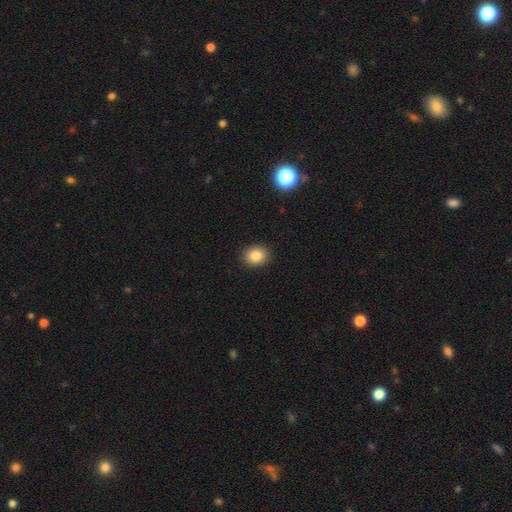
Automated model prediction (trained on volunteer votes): Smooth or featured? Predicted: smooth (p=0.85). How rounded? Predicted: round (p=0.58). Merging? Predicted: none (p=0.90).